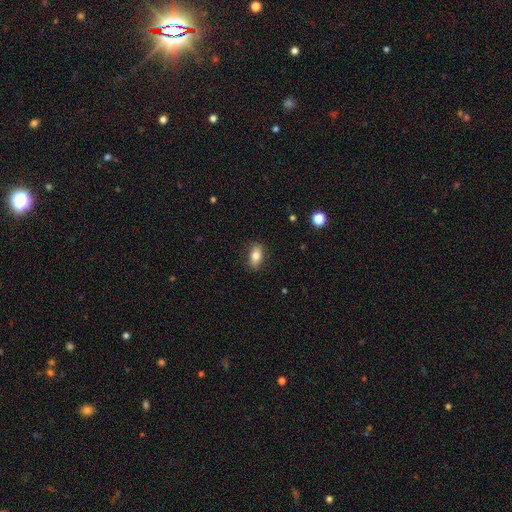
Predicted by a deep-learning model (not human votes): Smooth or featured: smooth — 77% (featured or disk — 15%)
How rounded: in between — 84% (round — 10%)
Merging: none — 86% (minor disturbance — 10%)